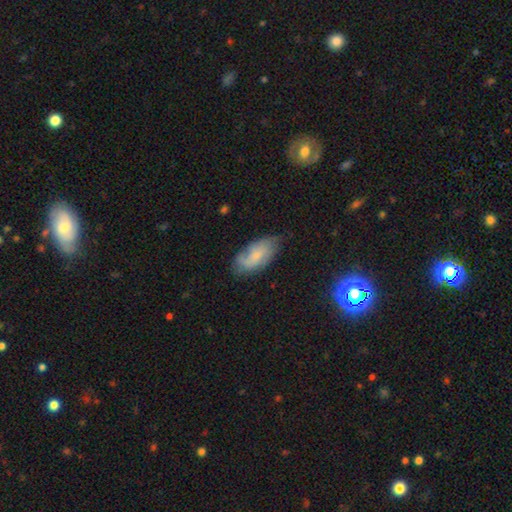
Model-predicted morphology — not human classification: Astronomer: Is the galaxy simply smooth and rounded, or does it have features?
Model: smooth — 57% (runner-up: featured or disk, 34%).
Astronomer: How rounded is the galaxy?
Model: in between — 90%.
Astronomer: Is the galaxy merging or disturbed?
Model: none — 62%.